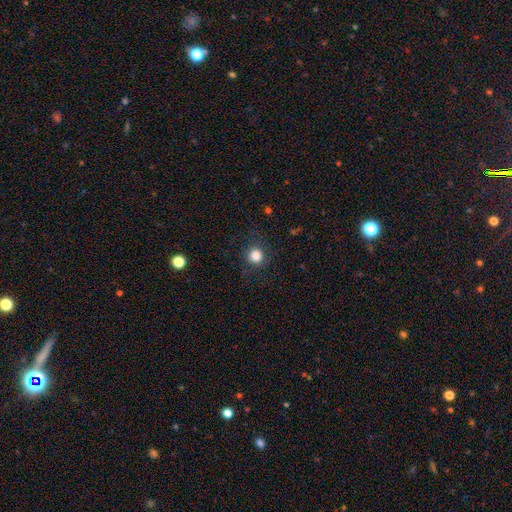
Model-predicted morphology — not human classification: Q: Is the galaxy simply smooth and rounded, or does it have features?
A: smooth — 84%.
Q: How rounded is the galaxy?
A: round — 92%.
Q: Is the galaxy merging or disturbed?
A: none — 87%.